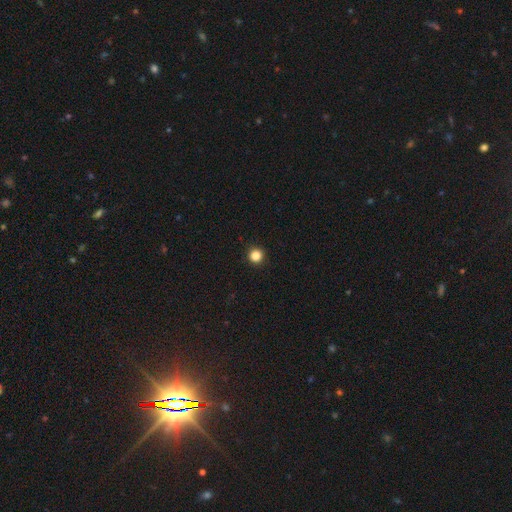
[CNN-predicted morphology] Smooth or featured? smooth (85%)
How rounded? round (95%)
Merging? none (94%)